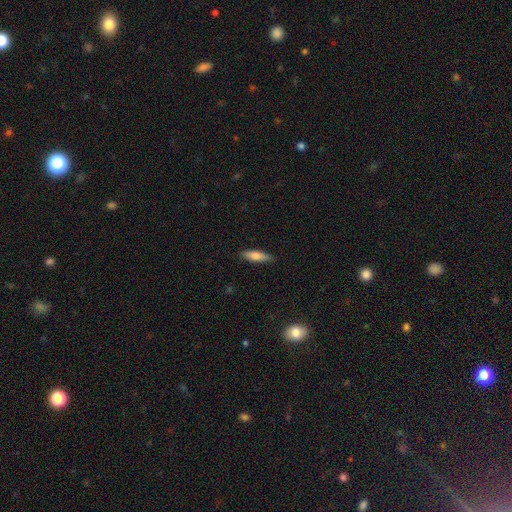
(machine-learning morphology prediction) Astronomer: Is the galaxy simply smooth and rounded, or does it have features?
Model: smooth — 75%.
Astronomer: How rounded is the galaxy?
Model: cigar-shaped — 60% (runner-up: in between, 38%).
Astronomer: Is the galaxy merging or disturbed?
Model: none — 85%.